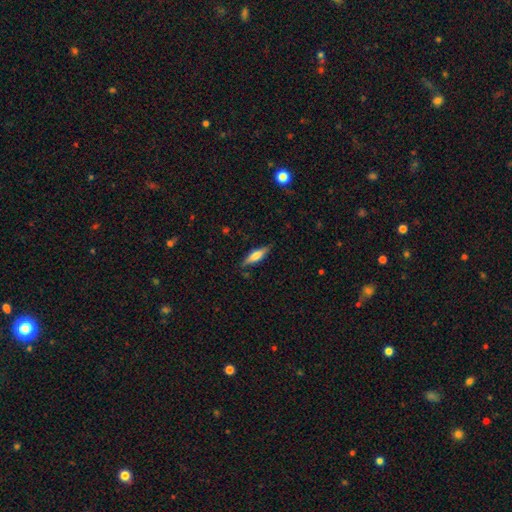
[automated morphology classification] A smooth galaxy with no disk features (52%) that is cigar-shaped (64%). Merging: none (80%).